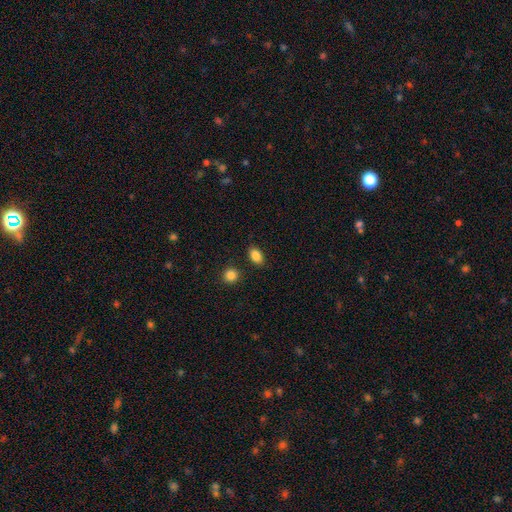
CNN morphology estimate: Smooth or featured? smooth (87%)
How rounded? in between (85%)
Merging? none (86%)